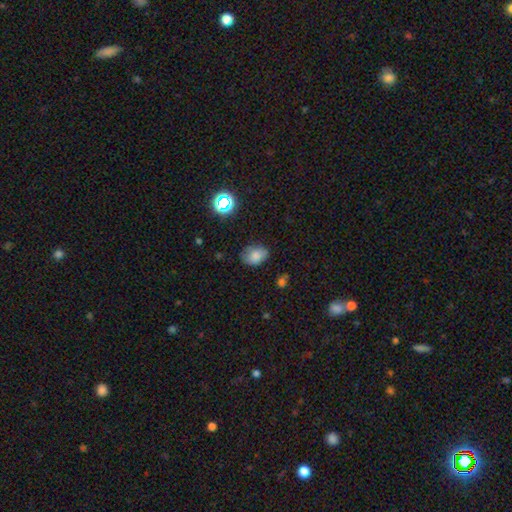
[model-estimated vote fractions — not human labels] smooth_or_featured: smooth (p=0.76) [alt: star or artifact p=0.12]
how_rounded: in between (p=0.71) [alt: round p=0.28]
merging: none (p=0.69) [alt: minor disturbance p=0.24]